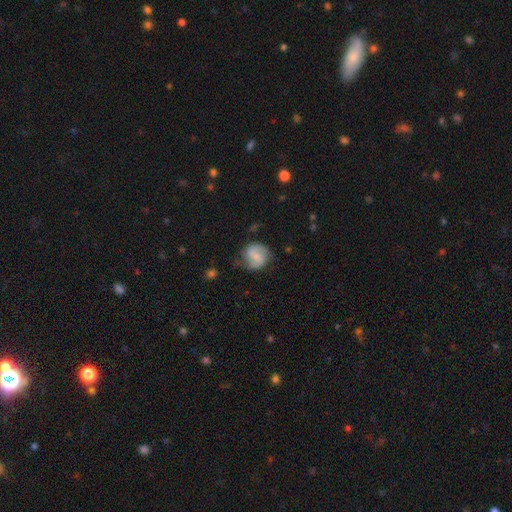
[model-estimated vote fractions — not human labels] The model was most divided on "bar": weak: 47%, no: 36%, strong: 17%. Remaining: edge-on disk — no (98%); spiral arms — yes (91%); spiral arm count — 2 (87%); merging — none (66%); smooth or featured — featured or disk (60%); spiral winding — medium (46%); bulge size — small (46%).